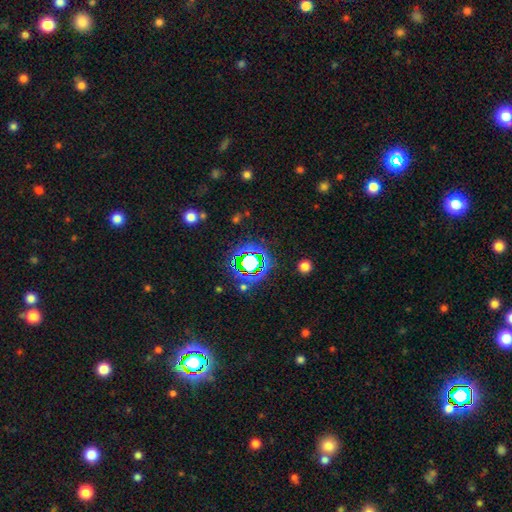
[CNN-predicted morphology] smooth_or_featured: star or artifact (p=0.78) [alt: smooth p=0.13]